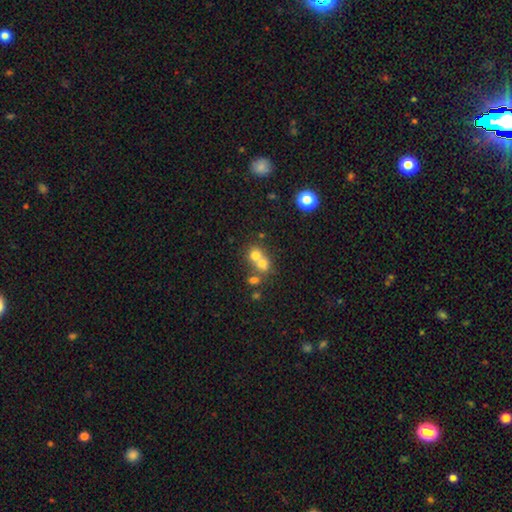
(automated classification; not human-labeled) Q: Smooth or featured?
A: smooth (68%); runner-up: featured or disk (18%)
Q: How rounded?
A: round (77%); runner-up: in between (21%)
Q: Merging?
A: merger (62%); runner-up: none (30%)